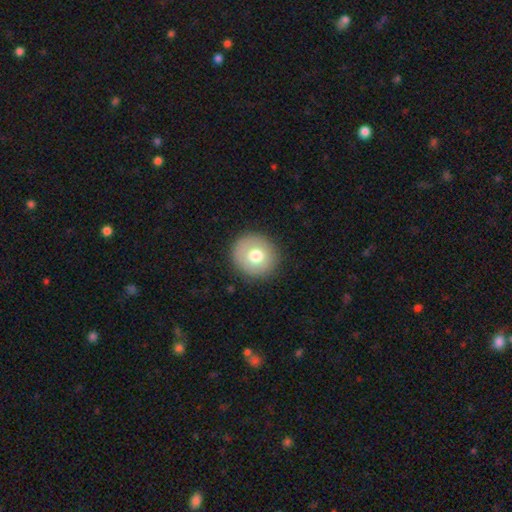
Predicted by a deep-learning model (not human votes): Morphology: type=smooth (72%); roundness=round (91%); merging=none (88%).